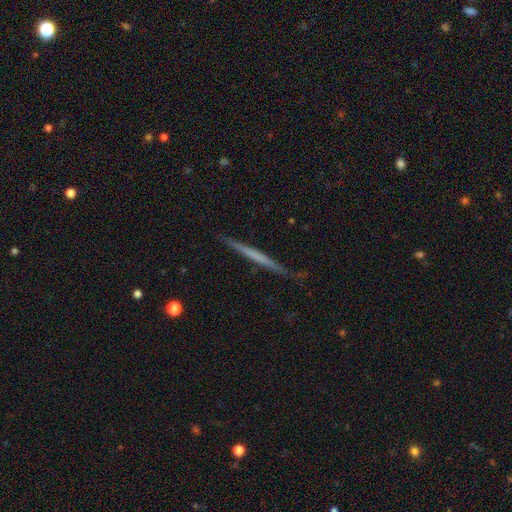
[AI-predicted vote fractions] Q: Smooth or featured?
A: featured or disk (54%); runner-up: smooth (41%)
Q: Edge-on disk?
A: yes (97%); runner-up: no (3%)
Q: Edge-on bulge?
A: none (89%); runner-up: rounded (6%)
Q: Merging?
A: none (87%); runner-up: minor disturbance (10%)